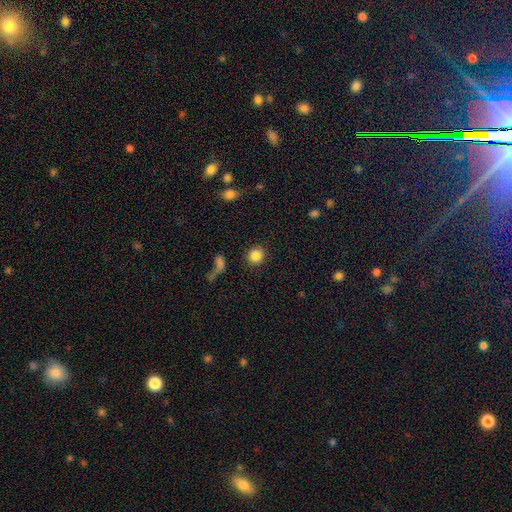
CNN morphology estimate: Q: Smooth or featured?
A: smooth (86%); runner-up: star or artifact (9%)
Q: How rounded?
A: round (91%); runner-up: in between (8%)
Q: Merging?
A: none (87%); runner-up: minor disturbance (6%)